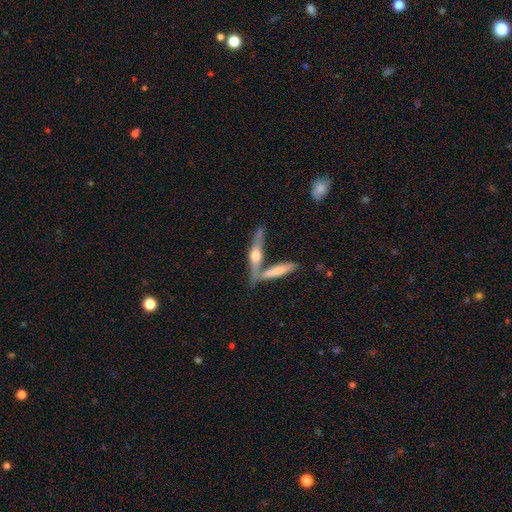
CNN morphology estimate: Smooth or featured?
  - featured or disk: 60% *
  - smooth: 34%
  - star or artifact: 6%
Edge-on disk?
  - yes: 93% *
  - no: 7%
Edge-on bulge?
  - rounded: 90% *
  - boxy: 5%
  - none: 5%
Merging?
  - none: 57% *
  - merger: 29%
  - minor disturbance: 11%
  - major disturbance: 4%